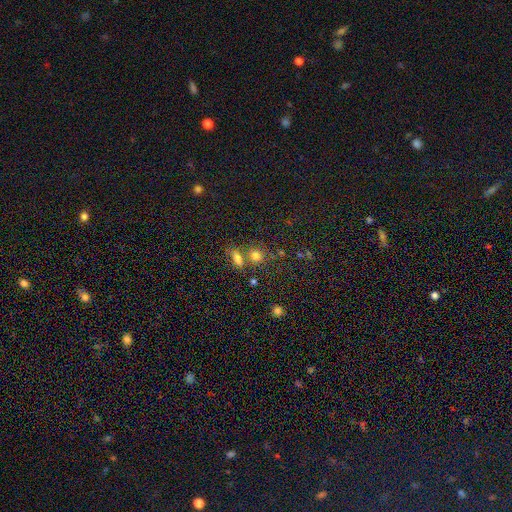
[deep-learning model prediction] The model was most divided on "merging": none: 55%, merger: 30%, minor disturbance: 10%, major disturbance: 4%. More confident: smooth or featured — smooth (75%); how rounded — round (68%).